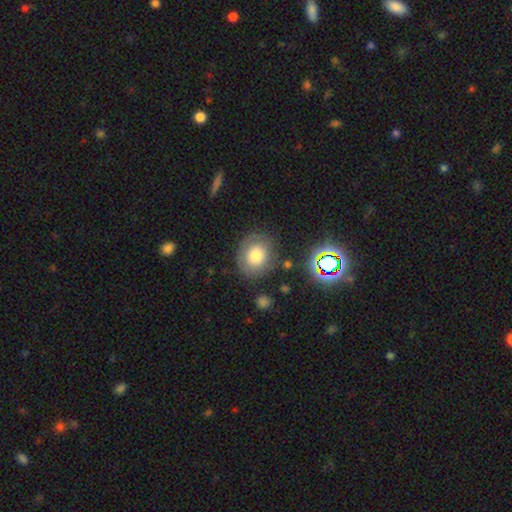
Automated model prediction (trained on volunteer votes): Smooth or featured? smooth (69%)
How rounded? round (73%)
Merging? none (76%)